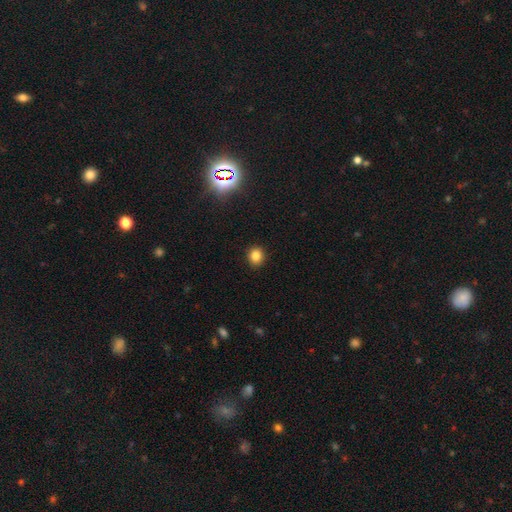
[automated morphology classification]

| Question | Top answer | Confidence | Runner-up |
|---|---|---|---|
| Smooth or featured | smooth | 82% | star or artifact (13%) |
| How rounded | round | 72% | in between (27%) |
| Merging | none | 90% | minor disturbance (7%) |